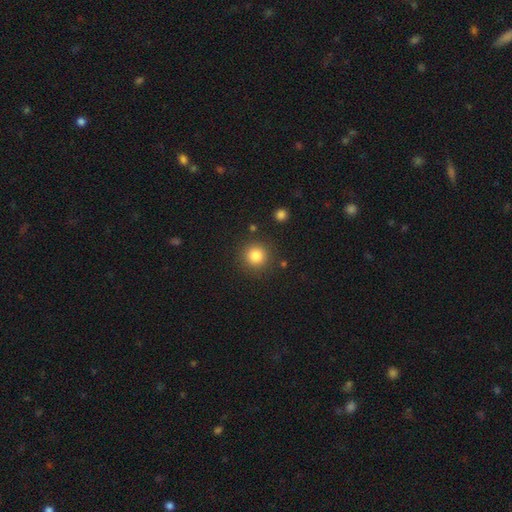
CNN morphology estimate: Smooth or featured? Predicted: smooth (p=0.83). How rounded? Predicted: round (p=0.94). Merging? Predicted: none (p=0.88).